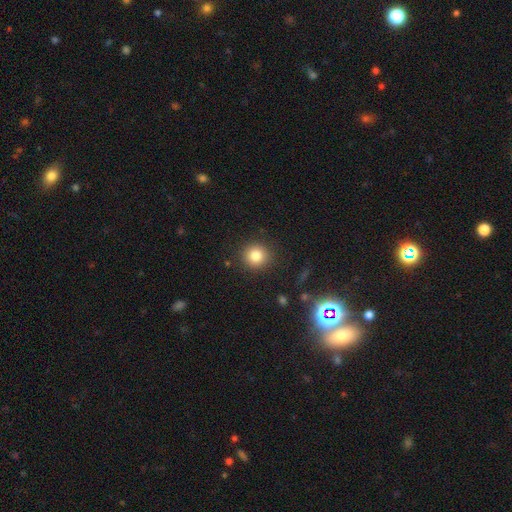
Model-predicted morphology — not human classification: Smooth or featured? Predicted: smooth (p=0.82). How rounded? Predicted: round (p=0.92). Merging? Predicted: none (p=0.89).